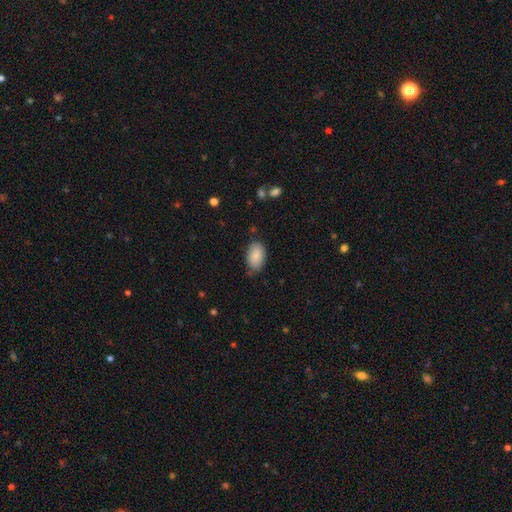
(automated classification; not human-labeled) Smooth or featured? Predicted: smooth (p=0.87). How rounded? Predicted: in between (p=0.93). Merging? Predicted: none (p=0.78).